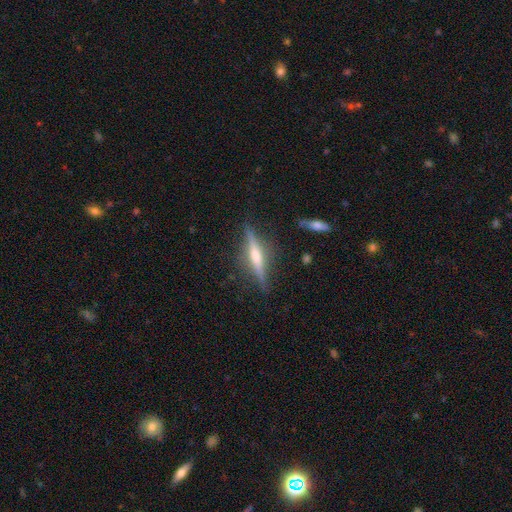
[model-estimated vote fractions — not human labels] The model was most divided on "smooth or featured": featured or disk: 73%, smooth: 21%, star or artifact: 7%. More confident: edge-on disk — yes (97%); merging — none (86%); edge-on bulge — rounded (79%).